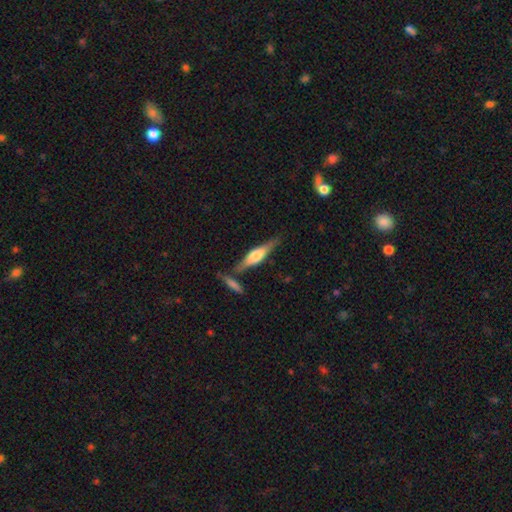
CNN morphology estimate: This is possibly a featured or disk galaxy (59%). It is clearly viewed edge-on (94%). Edge-on bulge: likely rounded (77%). Merging: likely none (70%).